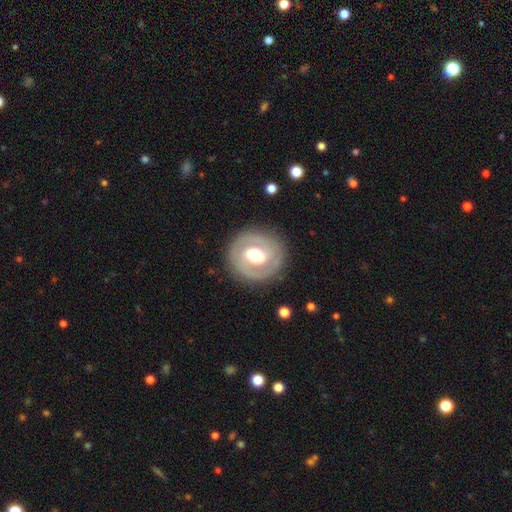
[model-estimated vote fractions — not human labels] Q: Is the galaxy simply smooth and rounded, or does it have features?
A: featured or disk — 63%.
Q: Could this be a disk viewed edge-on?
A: no — 97%.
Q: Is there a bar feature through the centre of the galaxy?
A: weak — 39%.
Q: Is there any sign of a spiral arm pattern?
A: yes — 51%.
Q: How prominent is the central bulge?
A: moderate — 55%.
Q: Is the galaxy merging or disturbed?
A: none — 84%.